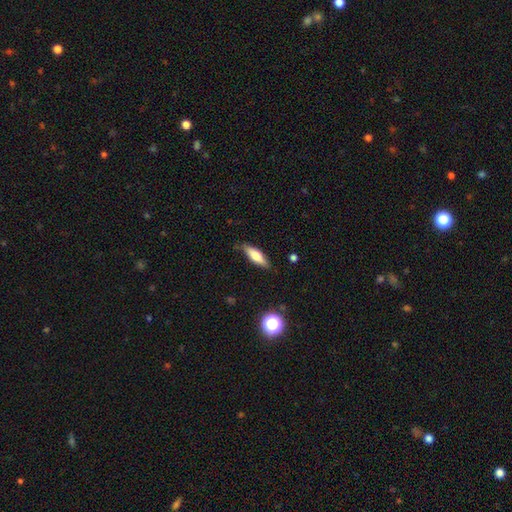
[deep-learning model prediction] Overall: smooth (70%). How rounded: cigar-shaped (50%; in between 48%). Merging: none (80%).